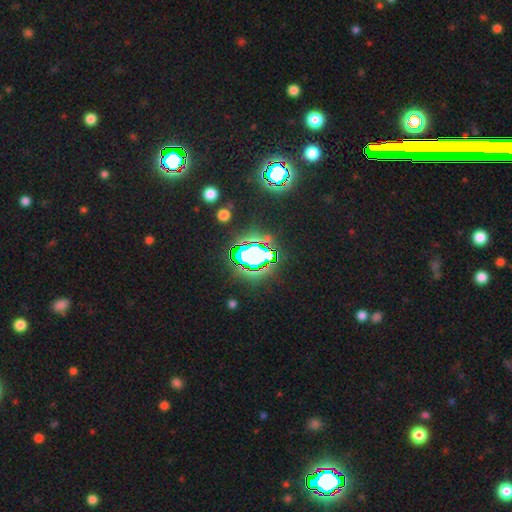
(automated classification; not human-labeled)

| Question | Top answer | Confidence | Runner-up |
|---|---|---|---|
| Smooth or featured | star or artifact | 69% | smooth (18%) |